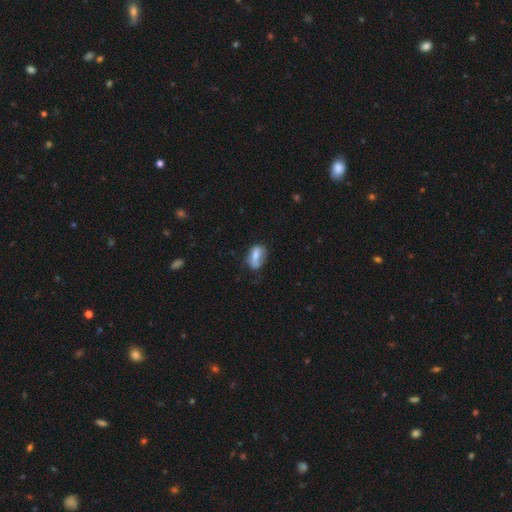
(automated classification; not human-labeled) A smooth galaxy with no disk features (65%) that is in between round and cigar-shaped (83%).

Vote fractions:
- Smooth or featured? smooth: 65% / featured or disk: 27% / star or artifact: 9%
- How rounded? in between: 83% / round: 10% / cigar-shaped: 7%
- Merging? none: 46% / minor disturbance: 33% / major disturbance: 16% / merger: 5%